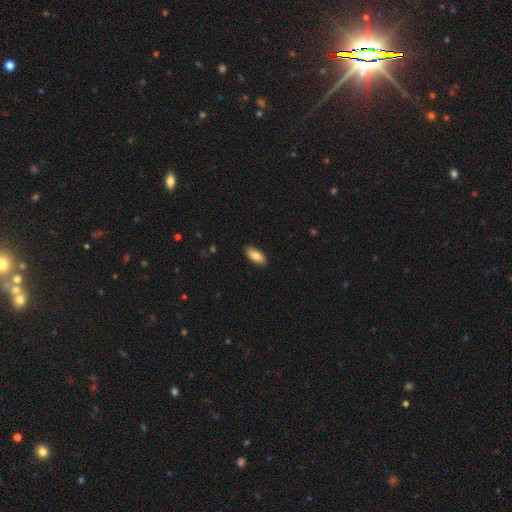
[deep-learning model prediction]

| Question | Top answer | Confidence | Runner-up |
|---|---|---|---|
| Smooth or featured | smooth | 79% | featured or disk (15%) |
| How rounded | in between | 87% | cigar-shaped (11%) |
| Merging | none | 88% | minor disturbance (10%) |